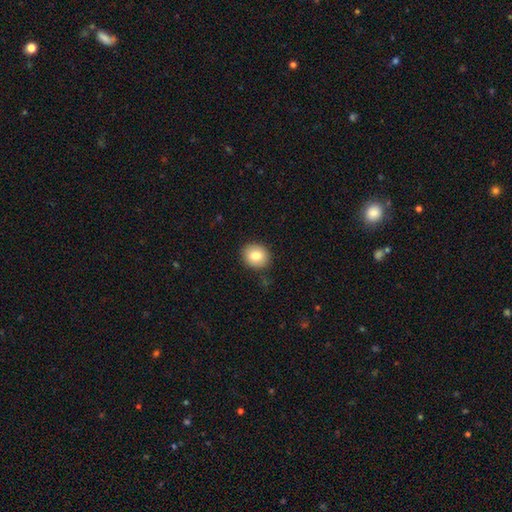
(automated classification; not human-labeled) This is clearly a smooth galaxy (82%). How rounded: likely round (77%). Merging: clearly none (88%).